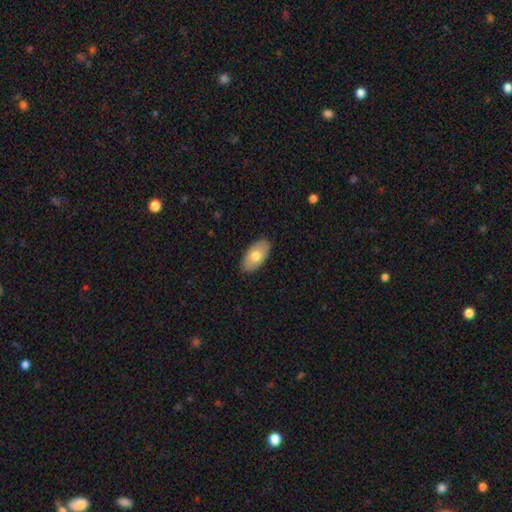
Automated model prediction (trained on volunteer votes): Smooth or featured? Predicted: smooth (p=0.72). How rounded? Predicted: in between (p=0.94). Merging? Predicted: none (p=0.87).